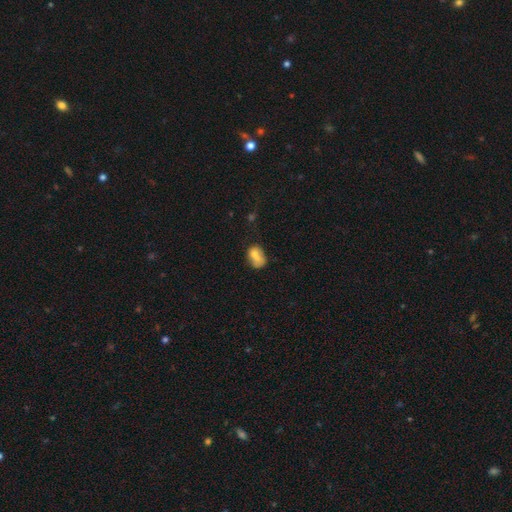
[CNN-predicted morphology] Smooth or featured: smooth — 67% (featured or disk — 23%)
How rounded: in between — 70% (round — 29%)
Merging: merger — 37% (none — 32%)